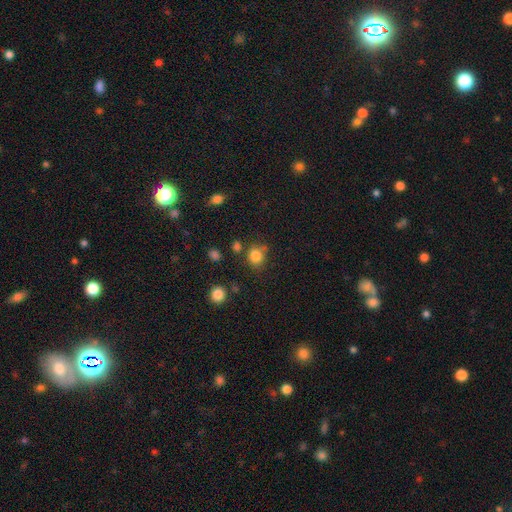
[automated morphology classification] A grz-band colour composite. It shows a smooth galaxy with no disk features (82%) that is round (72%). Merging: none (68%).